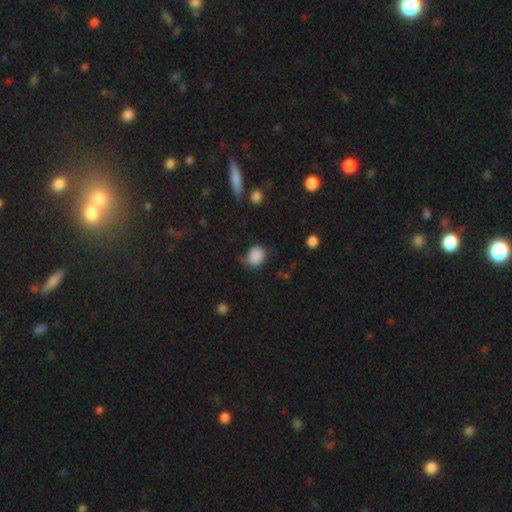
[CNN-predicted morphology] type=smooth (86%); roundness=round (68%); merging=none (65%).